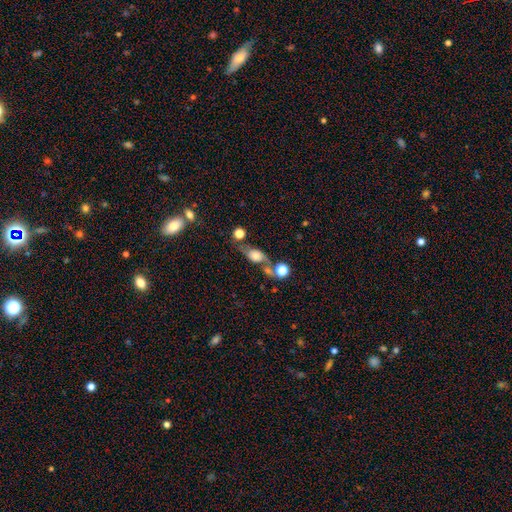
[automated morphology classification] Smooth or featured?
  - smooth: 45% *
  - featured or disk: 44%
  - star or artifact: 11%
Merging?
  - none: 42% *
  - merger: 26%
  - minor disturbance: 19%
  - major disturbance: 13%